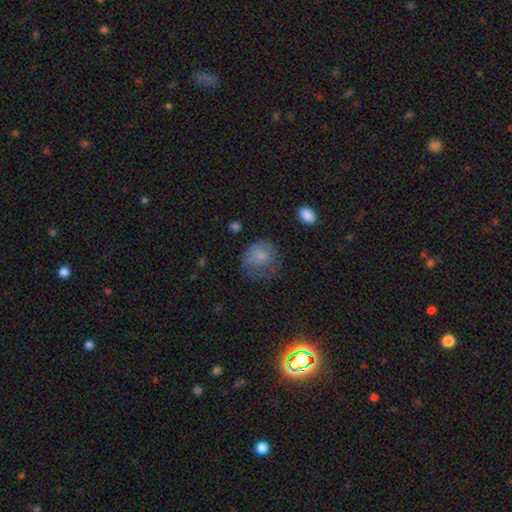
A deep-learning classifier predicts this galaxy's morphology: Overall: smooth (59%; featured or disk 25%). How rounded: round (77%). Merging: none (56%; minor disturbance 25%).